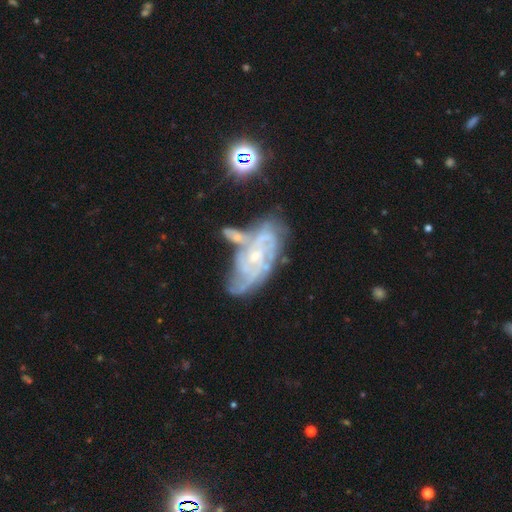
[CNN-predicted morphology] This appears to be a featured or disk galaxy (82%) with no bar (67%), tight (54%) spiral arms (91%) and a small central bulge (71%). Merging: none (40%).